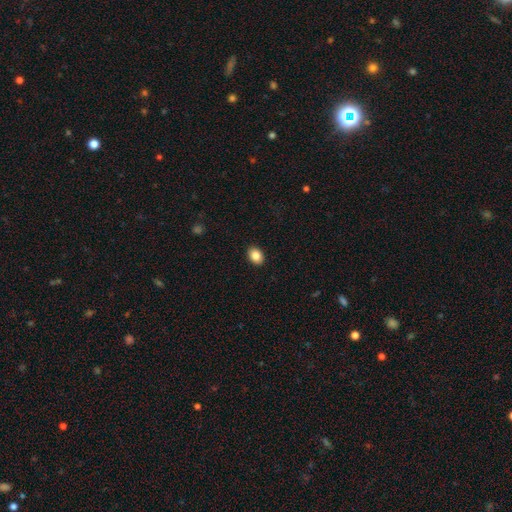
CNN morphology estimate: Q: Smooth or featured?
A: smooth (86%); runner-up: star or artifact (9%)
Q: How rounded?
A: in between (69%); runner-up: round (30%)
Q: Merging?
A: none (91%); runner-up: minor disturbance (6%)